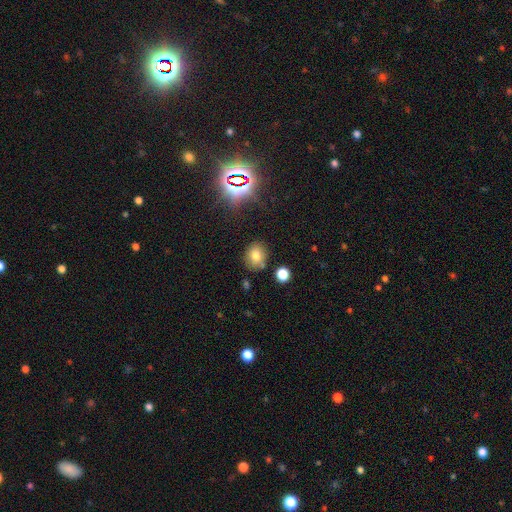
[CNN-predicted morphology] A smooth galaxy with no disk features (74%) that is round (62%).

Vote fractions:
- Smooth or featured? smooth: 74% / star or artifact: 16% / featured or disk: 11%
- How rounded? round: 62% / in between: 37% / cigar-shaped: 1%
- Merging? none: 78% / minor disturbance: 12% / merger: 7% / major disturbance: 3%